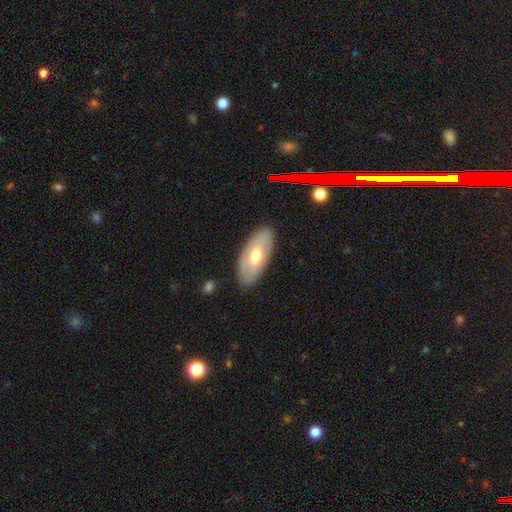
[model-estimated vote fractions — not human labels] Morphology: type=featured or disk (53%); edge-on=no (82%); merging=none (84%).